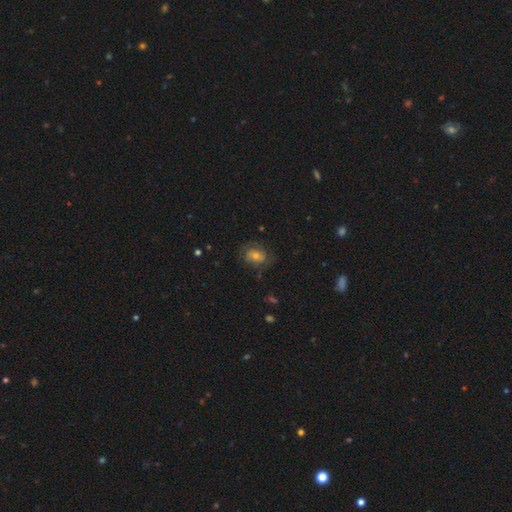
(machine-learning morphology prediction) This is possibly a featured or disk galaxy (54%). It is clearly not viewed edge-on (96%). Bar: possibly no (59%). Spiral arm pattern: clearly yes (83%). Central bulge: possibly moderate (53%). Merging: likely none (73%).